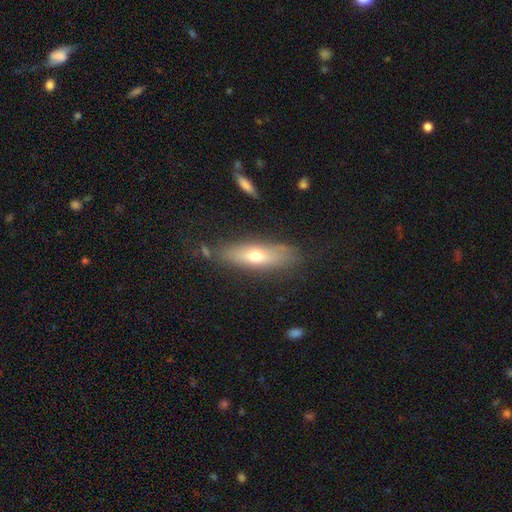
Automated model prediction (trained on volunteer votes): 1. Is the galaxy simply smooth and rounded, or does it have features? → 56% smooth, 36% featured or disk, 8% star or artifact.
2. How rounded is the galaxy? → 51% cigar-shaped, 46% in between, 3% round.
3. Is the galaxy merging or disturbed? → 78% none, 15% minor disturbance, 4% major disturbance, 3% merger.